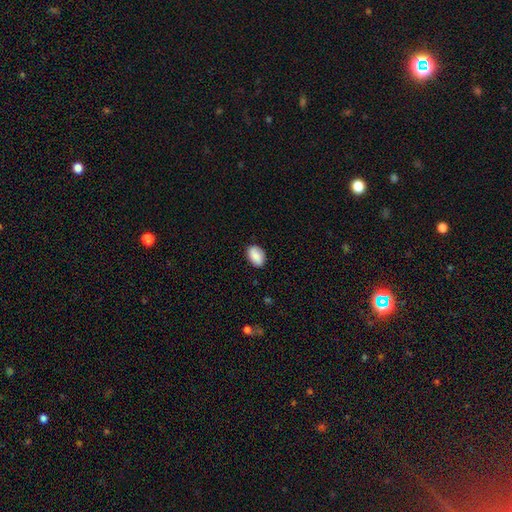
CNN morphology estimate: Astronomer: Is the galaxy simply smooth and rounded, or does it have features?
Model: smooth — 86%.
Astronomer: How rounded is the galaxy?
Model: in between — 87%.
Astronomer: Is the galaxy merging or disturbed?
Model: none — 84%.